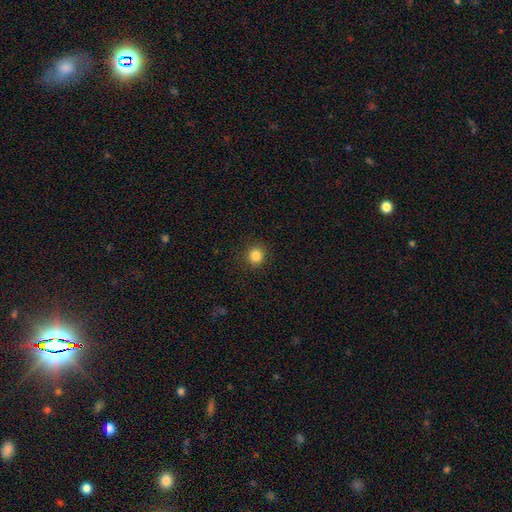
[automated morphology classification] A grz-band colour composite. It shows a smooth galaxy with no disk features (85%) that is round (91%). Merging: none (90%).